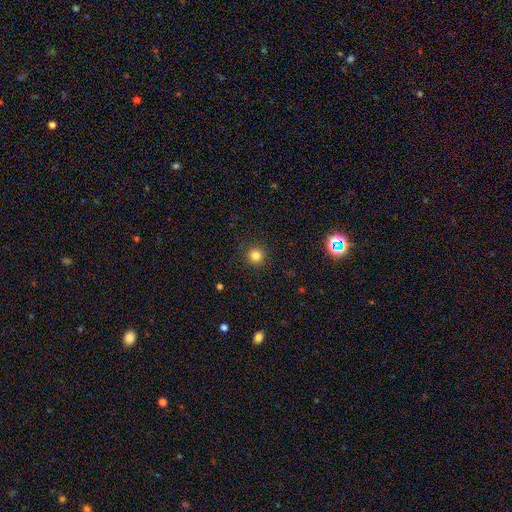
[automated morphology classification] The model was most divided on "smooth or featured": smooth: 82%, star or artifact: 13%, featured or disk: 5%. More confident: how rounded — round (95%); merging — none (91%).